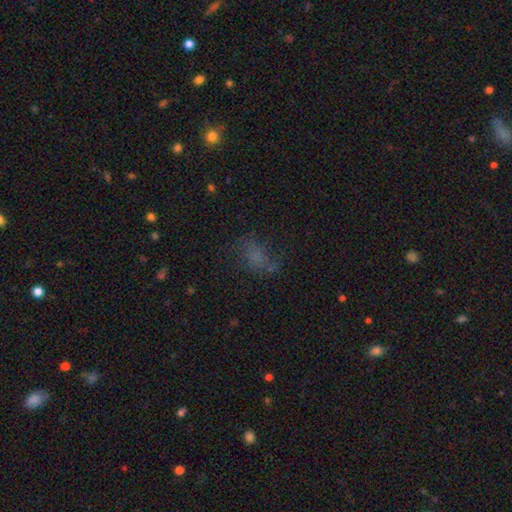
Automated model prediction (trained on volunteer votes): This appears to be a smooth galaxy with no disk features (51%) that is in between round and cigar-shaped (71%). Merging: none (50%).